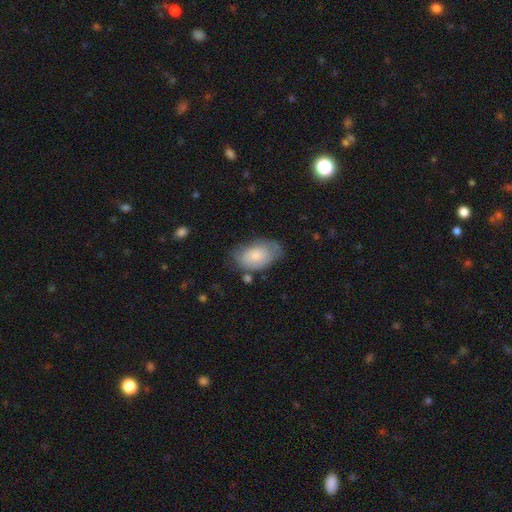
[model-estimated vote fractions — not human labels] smooth 77%, featured or disk 17%, star or artifact 6%. Down the decision tree: how rounded — in between (93%); merging — none (58%).